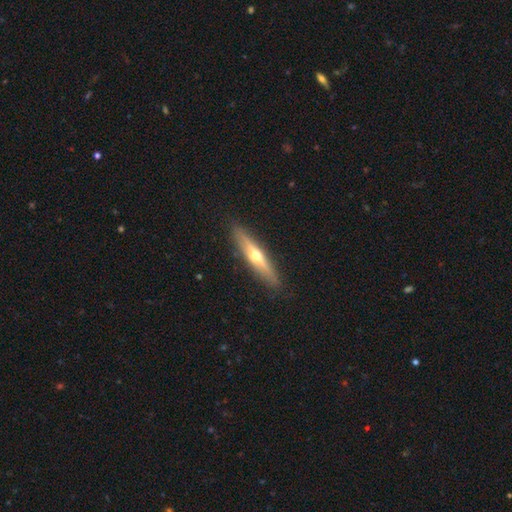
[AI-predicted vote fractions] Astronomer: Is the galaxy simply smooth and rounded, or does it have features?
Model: featured or disk — 61%.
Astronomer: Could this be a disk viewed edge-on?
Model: yes — 93%.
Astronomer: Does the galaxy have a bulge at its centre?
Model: rounded — 91%.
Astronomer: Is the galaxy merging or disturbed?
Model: none — 90%.